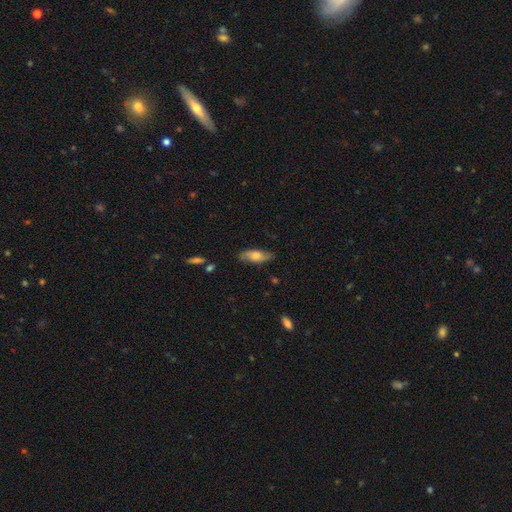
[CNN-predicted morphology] The model was most divided on "smooth or featured": smooth: 61%, featured or disk: 32%, star or artifact: 7%. More confident: merging — none (78%); how rounded — in between (71%).